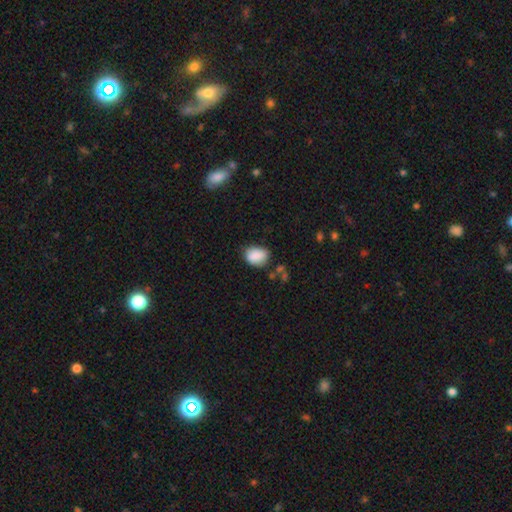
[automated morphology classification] smooth_or_featured: smooth (p=0.86) [alt: star or artifact p=0.08]
how_rounded: in between (p=0.71) [alt: round p=0.28]
merging: none (p=0.63) [alt: minor disturbance p=0.26]